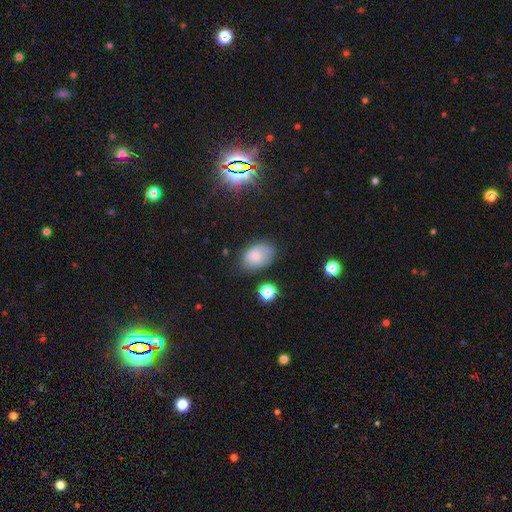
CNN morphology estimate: smooth-or-featured: smooth: 74% | featured or disk: 15% | star or artifact: 11%
  how-rounded: in between: 82% | round: 17% | cigar-shaped: 1%
  merging: none: 64% | minor disturbance: 25% | major disturbance: 7% | merger: 3%